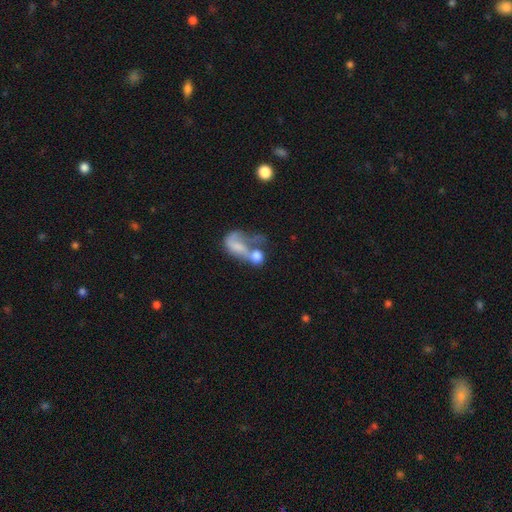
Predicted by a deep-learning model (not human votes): Overall: smooth (60%; featured or disk 30%). How rounded: in between (58%; round 38%). Merging: merger (64%).